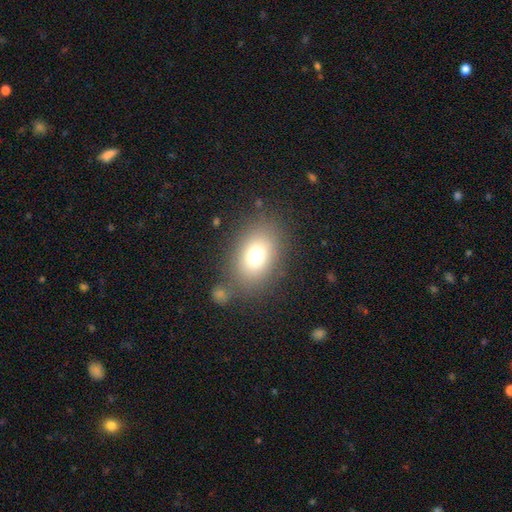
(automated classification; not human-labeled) Smooth or featured? Predicted: smooth (p=0.75). How rounded? Predicted: in between (p=0.70). Merging? Predicted: none (p=0.74).